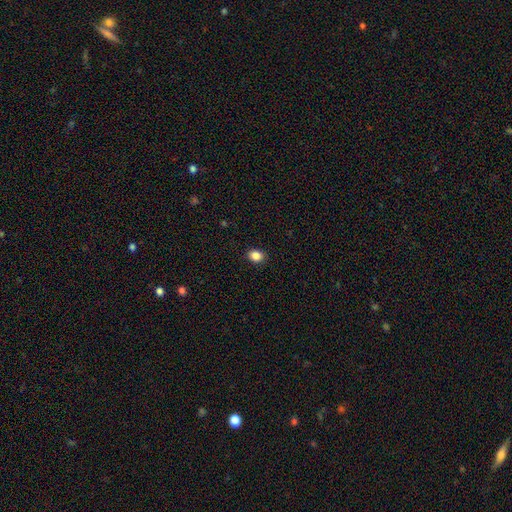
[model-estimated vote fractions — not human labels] Q: Smooth or featured?
A: smooth (86%); runner-up: star or artifact (10%)
Q: How rounded?
A: in between (53%); runner-up: round (46%)
Q: Merging?
A: none (90%); runner-up: minor disturbance (7%)